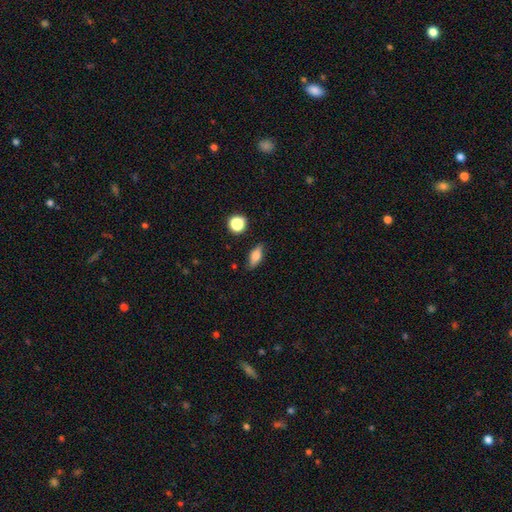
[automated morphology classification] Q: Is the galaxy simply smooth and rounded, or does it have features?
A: smooth — 69%.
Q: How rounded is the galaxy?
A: in between — 70%.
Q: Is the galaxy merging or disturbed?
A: none — 82%.